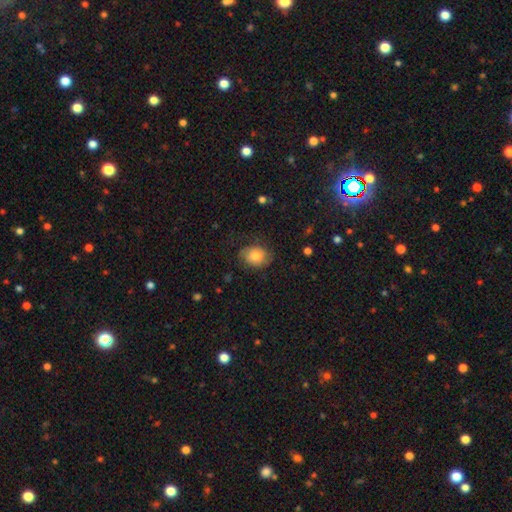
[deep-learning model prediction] Smooth or featured: smooth — 66% (featured or disk — 26%)
How rounded: in between — 51% (round — 48%)
Merging: none — 67% (minor disturbance — 21%)